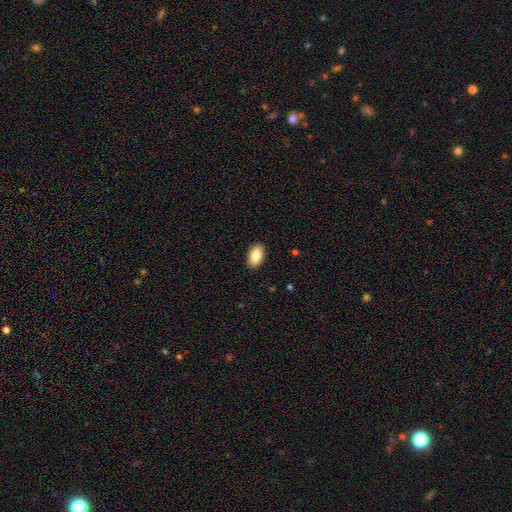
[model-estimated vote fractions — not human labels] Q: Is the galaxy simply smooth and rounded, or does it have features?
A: smooth — 84%.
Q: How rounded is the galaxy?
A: in between — 93%.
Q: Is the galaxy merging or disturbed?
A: none — 90%.